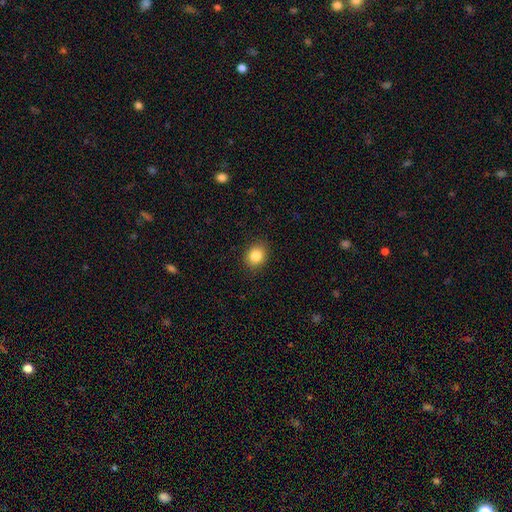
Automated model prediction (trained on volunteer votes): This is clearly a smooth galaxy (85%). How rounded: likely round (60%). Merging: clearly none (89%).